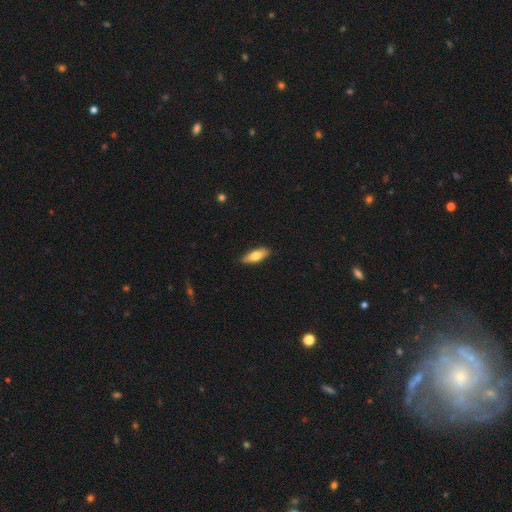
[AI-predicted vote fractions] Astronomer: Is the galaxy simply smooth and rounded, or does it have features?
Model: smooth — 76%.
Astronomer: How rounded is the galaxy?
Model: in between — 65%.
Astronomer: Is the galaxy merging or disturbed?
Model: none — 87%.